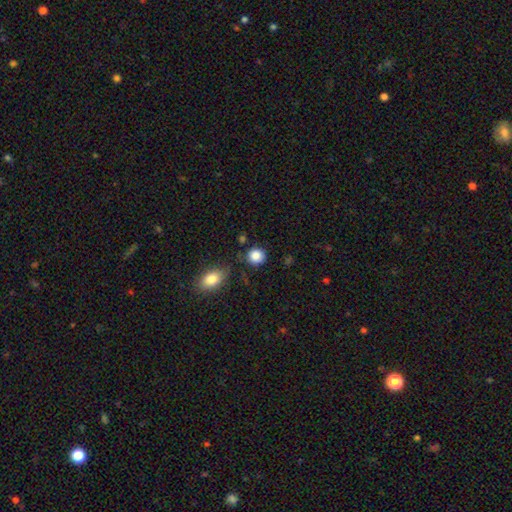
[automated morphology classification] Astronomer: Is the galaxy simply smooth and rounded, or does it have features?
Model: smooth — 87%.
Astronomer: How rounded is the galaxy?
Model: round — 86%.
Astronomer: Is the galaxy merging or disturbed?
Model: none — 78%.